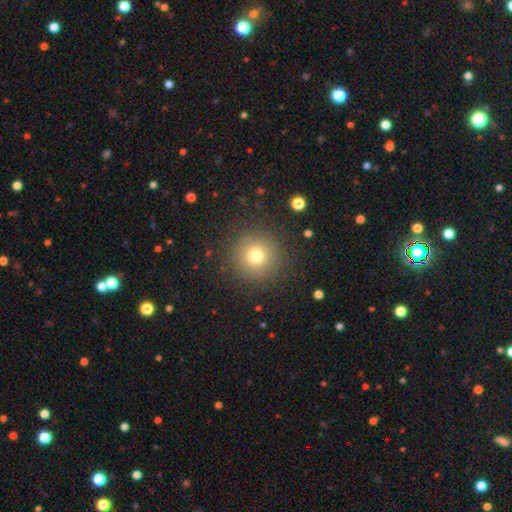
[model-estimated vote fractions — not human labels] Smooth or featured?
  - smooth: 74% *
  - star or artifact: 16%
  - featured or disk: 11%
How rounded?
  - round: 96% *
  - in between: 3%
  - cigar-shaped: 1%
Merging?
  - none: 88% *
  - minor disturbance: 7%
  - major disturbance: 4%
  - merger: 1%